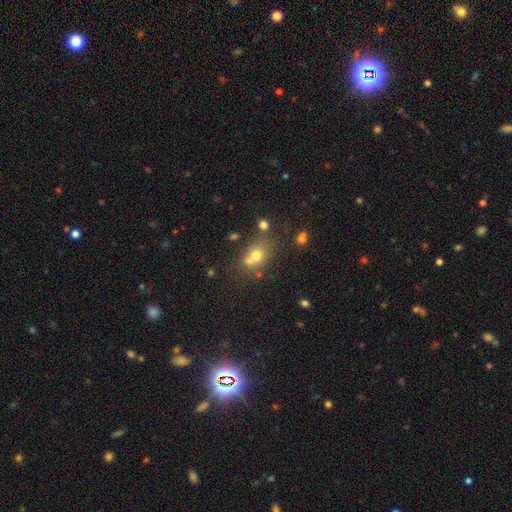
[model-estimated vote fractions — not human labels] Smooth or featured: smooth — 65% (star or artifact — 18%)
How rounded: round — 58% (in between — 41%)
Merging: none — 48% (merger — 35%)